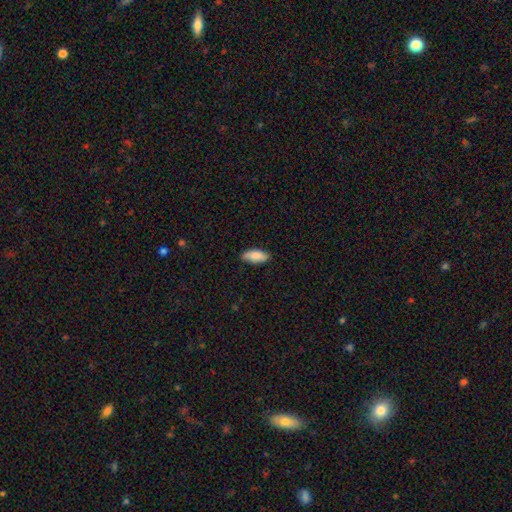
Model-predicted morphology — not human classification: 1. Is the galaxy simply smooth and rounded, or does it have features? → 84% smooth, 10% featured or disk, 6% star or artifact.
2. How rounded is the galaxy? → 83% in between, 15% cigar-shaped, 2% round.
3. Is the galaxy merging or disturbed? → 82% none, 14% minor disturbance, 2% major disturbance, 1% merger.